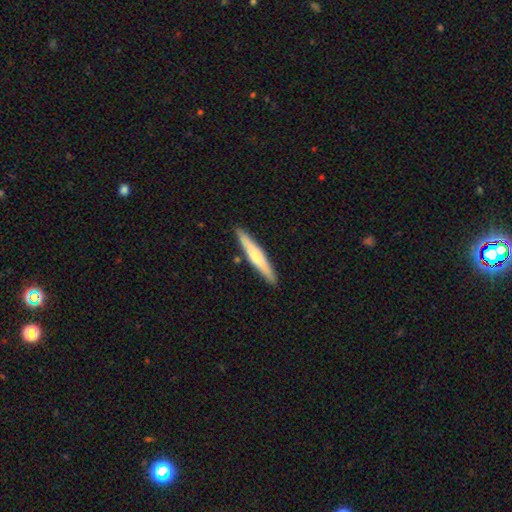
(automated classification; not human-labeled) A smooth galaxy with no disk features (49%).

Vote fractions:
- Smooth or featured? smooth: 49% / featured or disk: 46% / star or artifact: 5%
- Merging? none: 89% / minor disturbance: 7% / merger: 2% / major disturbance: 1%